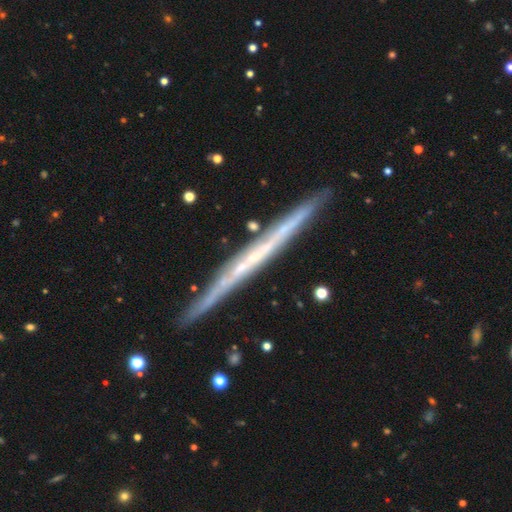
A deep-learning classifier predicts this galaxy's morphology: smooth-or-featured: featured or disk: 73% | smooth: 21% | star or artifact: 6%
  disk-edge-on: yes: 97% | no: 3%
    edge-on-bulge: none: 85% | rounded: 12% | boxy: 3%
  merging: none: 89% | minor disturbance: 8% | merger: 1% | major disturbance: 1%